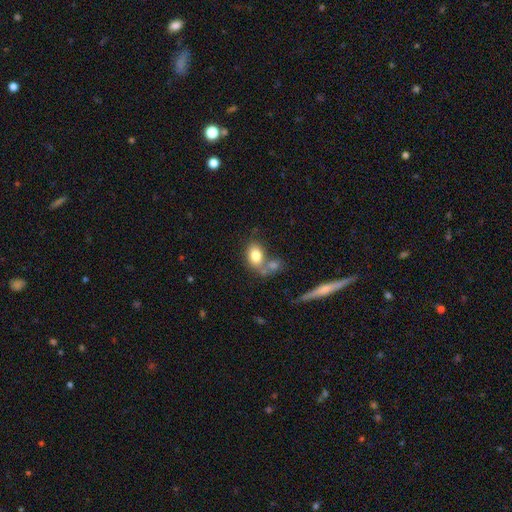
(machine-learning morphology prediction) smooth 79%, featured or disk 13%, star or artifact 8%. Down the decision tree: how rounded — in between (75%); merging — none (47%).